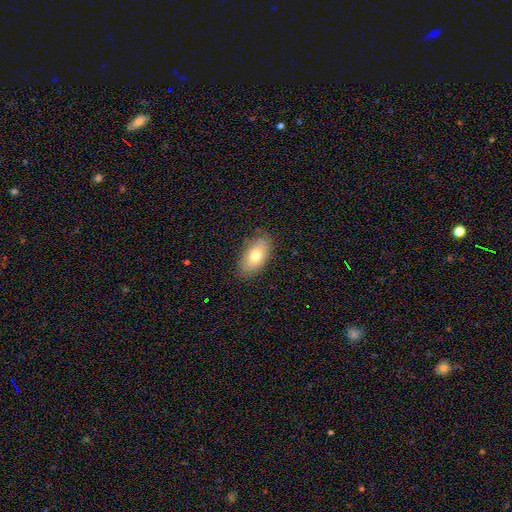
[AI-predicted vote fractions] smooth_or_featured: smooth (p=0.72) [alt: featured or disk p=0.20]
how_rounded: in between (p=0.91) [alt: round p=0.05]
merging: none (p=0.84) [alt: minor disturbance p=0.12]